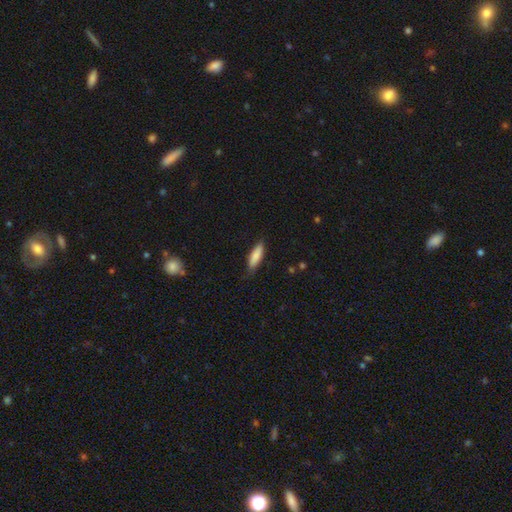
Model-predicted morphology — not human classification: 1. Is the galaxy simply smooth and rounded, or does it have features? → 83% smooth, 11% featured or disk, 6% star or artifact.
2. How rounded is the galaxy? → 51% cigar-shaped, 47% in between, 2% round.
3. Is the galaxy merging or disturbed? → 75% none, 20% minor disturbance, 4% major disturbance, 1% merger.